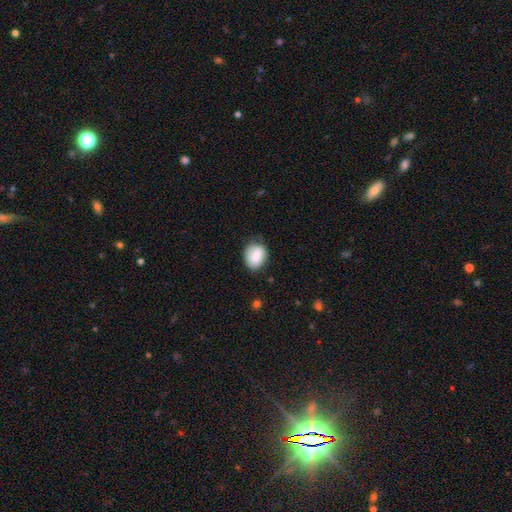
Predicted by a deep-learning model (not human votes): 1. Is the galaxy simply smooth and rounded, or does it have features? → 82% smooth, 11% featured or disk, 7% star or artifact.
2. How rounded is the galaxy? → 57% in between, 42% round, 1% cigar-shaped.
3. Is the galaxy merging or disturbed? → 68% none, 24% minor disturbance, 5% major disturbance, 2% merger.